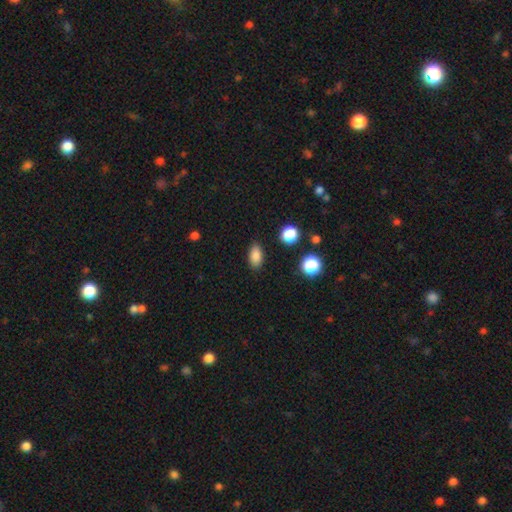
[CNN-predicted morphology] Smooth or featured? smooth (86%)
How rounded? in between (88%)
Merging? none (87%)